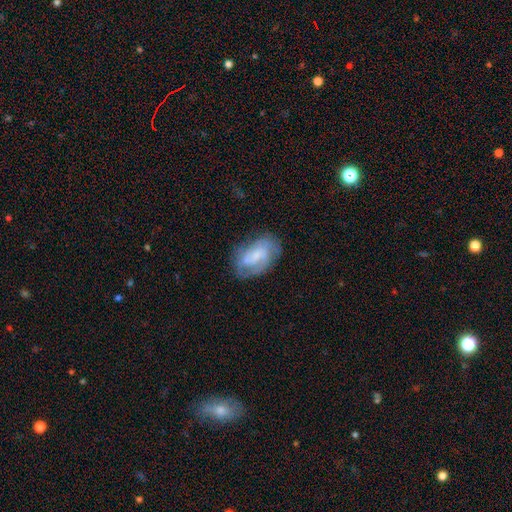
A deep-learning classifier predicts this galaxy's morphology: A featured or disk galaxy (57%) with a weak bar (44%), spiral arms (74%) and a small central bulge (41%). Merging: none (60%).